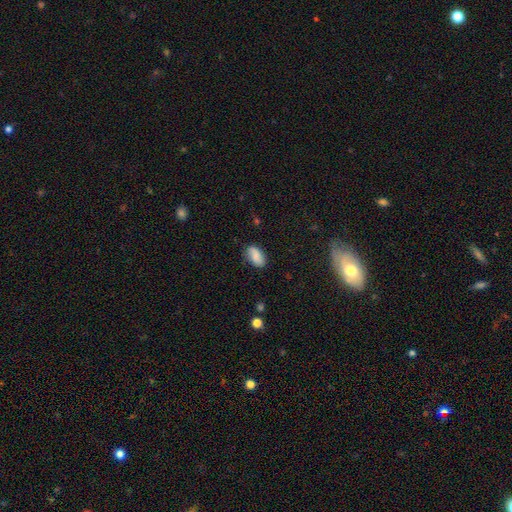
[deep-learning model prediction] smooth 82%, featured or disk 10%, star or artifact 8%. Down the decision tree: how rounded — in between (93%); merging — none (77%).